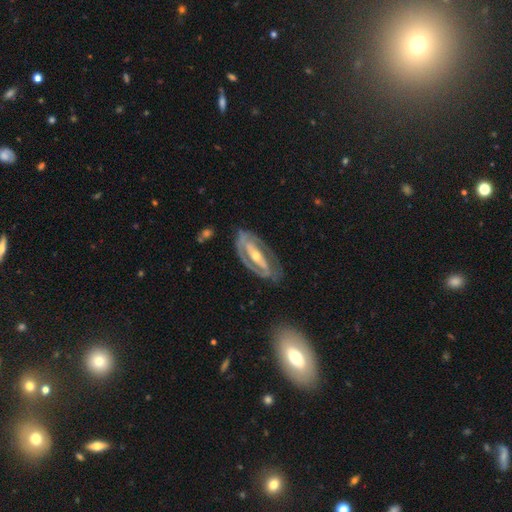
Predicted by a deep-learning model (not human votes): Overall: featured or disk (83%). Edge-on disk: no (90%). Bar: strong (52%; weak 25%). Spiral arms: yes (78%). Spiral arm count: 2 (73%). Spiral winding: tight (54%; medium 34%). Bulge size: moderate (52%; small 43%). Merging: none (76%).